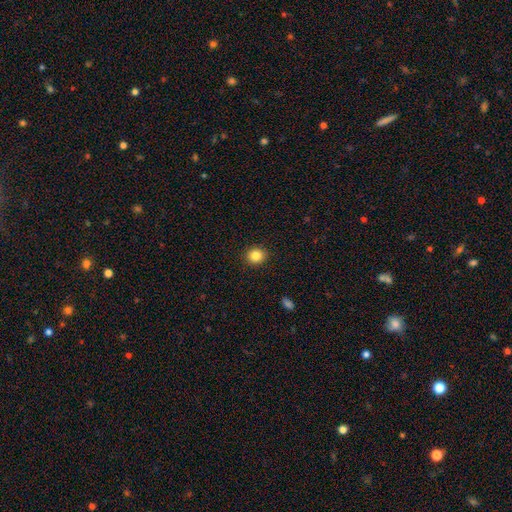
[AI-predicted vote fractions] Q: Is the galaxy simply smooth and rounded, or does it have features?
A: smooth — 84%.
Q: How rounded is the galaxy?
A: round — 84%.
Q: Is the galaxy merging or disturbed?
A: none — 91%.